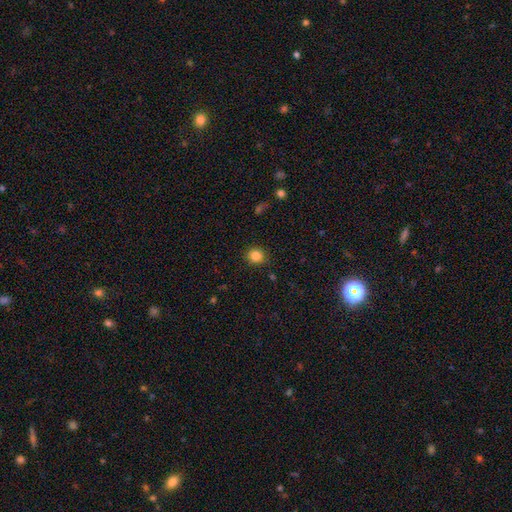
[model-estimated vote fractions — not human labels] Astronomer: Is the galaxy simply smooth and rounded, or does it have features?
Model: smooth — 85%.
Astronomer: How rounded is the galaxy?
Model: round — 84%.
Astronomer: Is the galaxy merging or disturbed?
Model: none — 88%.